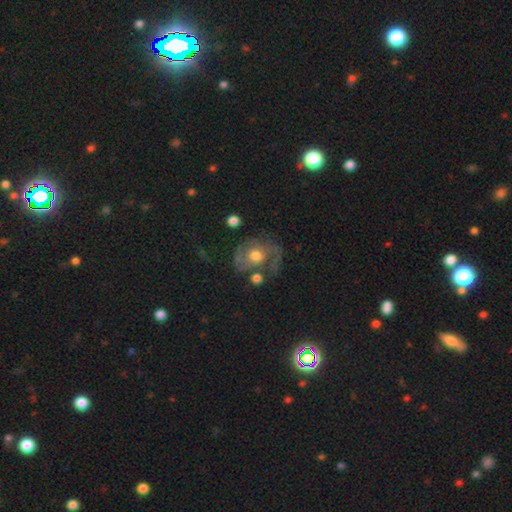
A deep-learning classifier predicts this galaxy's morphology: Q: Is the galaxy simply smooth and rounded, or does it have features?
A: featured or disk — 64%.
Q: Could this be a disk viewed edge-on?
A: no — 97%.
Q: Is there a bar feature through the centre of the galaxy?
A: no — 77%.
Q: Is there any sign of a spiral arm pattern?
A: yes — 72%.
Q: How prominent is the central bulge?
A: moderate — 68%.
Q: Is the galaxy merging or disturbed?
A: none — 42%.